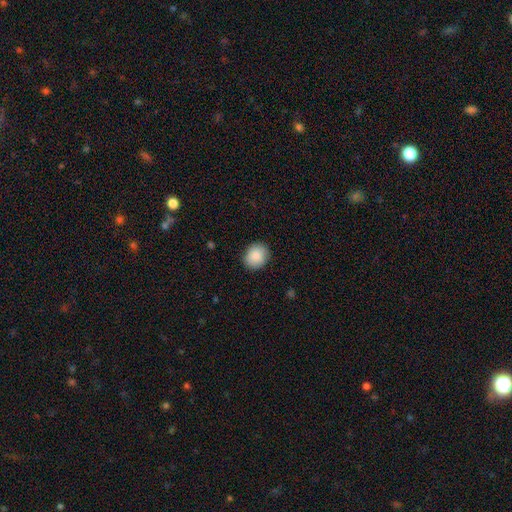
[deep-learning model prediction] A smooth galaxy with no disk features (89%) that is round (70%).

Vote fractions:
- Smooth or featured? smooth: 89% / star or artifact: 7% / featured or disk: 4%
- How rounded? round: 70% / in between: 29% / cigar-shaped: 1%
- Merging? none: 87% / minor disturbance: 10% / major disturbance: 2% / merger: 1%